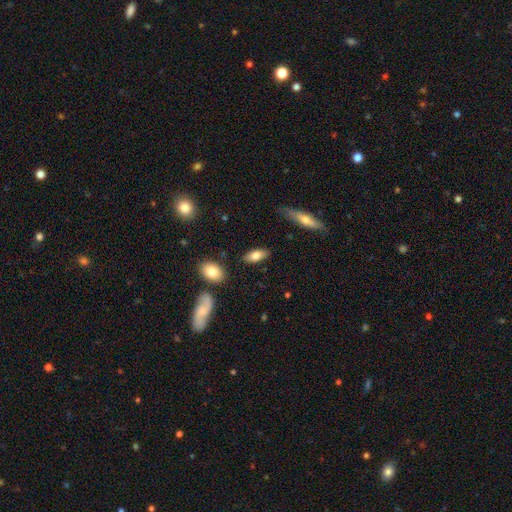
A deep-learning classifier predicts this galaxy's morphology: Overall: smooth (75%). How rounded: in between (84%). Merging: none (84%).